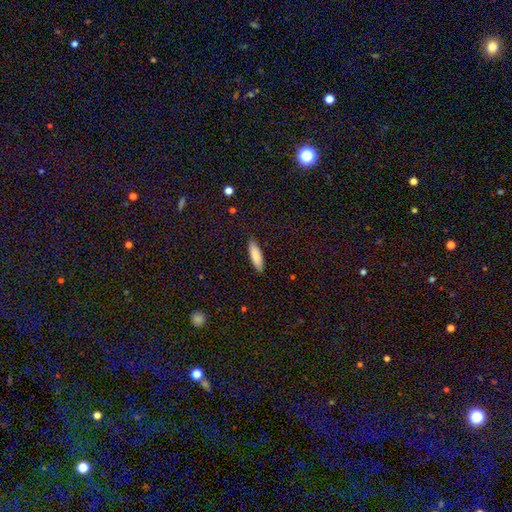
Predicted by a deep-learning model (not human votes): A smooth galaxy with no disk features (86%) that is cigar-shaped (51%). Merging: none (88%).